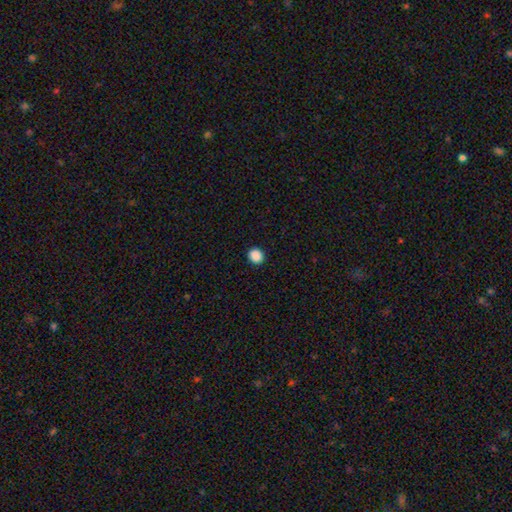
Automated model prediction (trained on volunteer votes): Morphology: type=smooth (88%); roundness=round (76%); merging=none (91%).